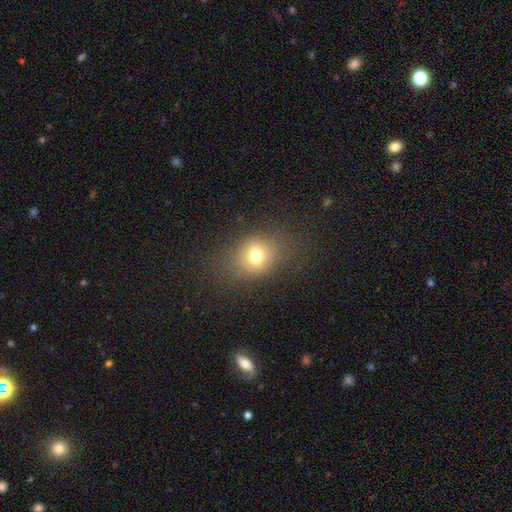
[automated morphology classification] A smooth galaxy with no disk features (71%) that is round (53%). Merging: none (78%).